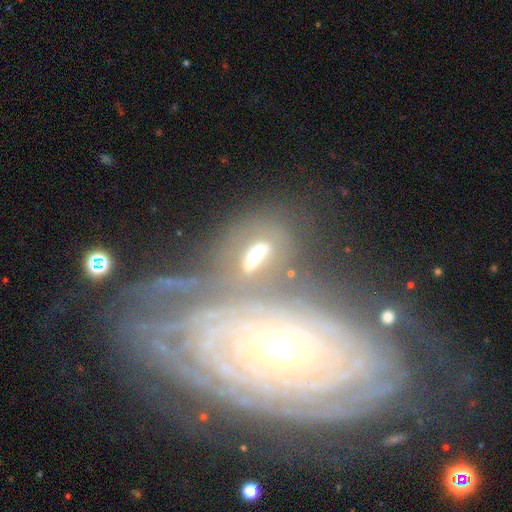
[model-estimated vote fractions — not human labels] A featured or disk galaxy (68%) with no bar (54%), spiral arms (81%) and a moderate central bulge (49%).

Vote fractions:
- Smooth or featured? featured or disk: 68% / smooth: 22% / star or artifact: 10%
- Edge-on disk? no: 90% / yes: 10%
- Bar? no: 54% / weak: 27% / strong: 19%
- Spiral arms? yes: 81% / no: 19%
- Bulge size? moderate: 49% / small: 35% / large: 11% / none: 3% / dominant: 3%
- Merging? none: 47% / merger: 29% / minor disturbance: 16% / major disturbance: 8%